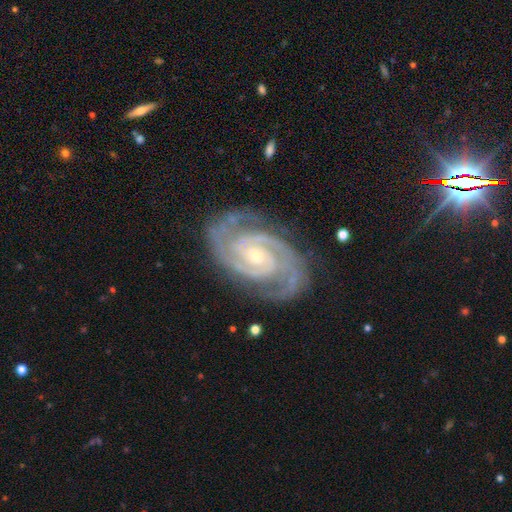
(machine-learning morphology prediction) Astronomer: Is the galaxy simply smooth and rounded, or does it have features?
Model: featured or disk — 94%.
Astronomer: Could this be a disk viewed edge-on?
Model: no — 97%.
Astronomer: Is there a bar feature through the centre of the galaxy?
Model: no — 52% (runner-up: weak, 33%).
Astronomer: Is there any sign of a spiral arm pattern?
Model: yes — 99%.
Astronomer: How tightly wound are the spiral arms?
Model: tight — 70%.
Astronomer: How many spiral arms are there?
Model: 2 — 82%.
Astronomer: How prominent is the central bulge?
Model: small — 63%.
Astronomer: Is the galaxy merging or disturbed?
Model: none — 79%.